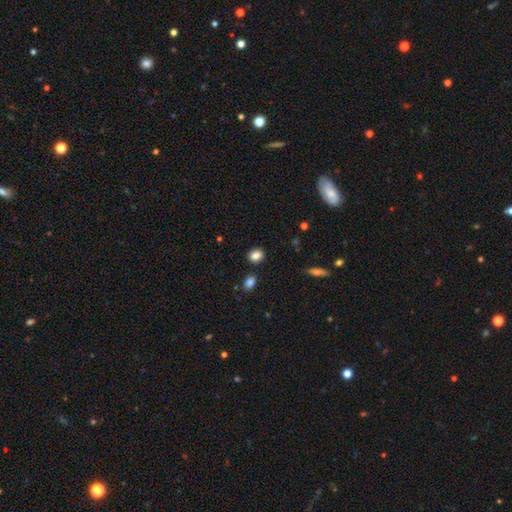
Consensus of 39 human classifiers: This appears to be a smooth galaxy with no disk features (97%) that is in between round and cigar-shaped (63%). Merging: none (74%).